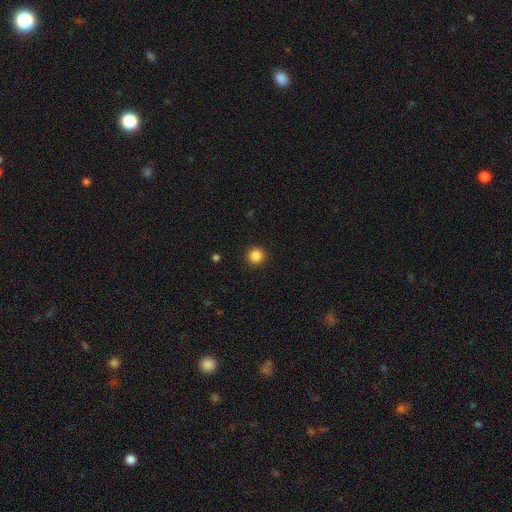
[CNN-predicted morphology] The model was most divided on "smooth or featured": smooth: 86%, star or artifact: 11%, featured or disk: 3%. More confident: how rounded — round (95%); merging — none (93%).